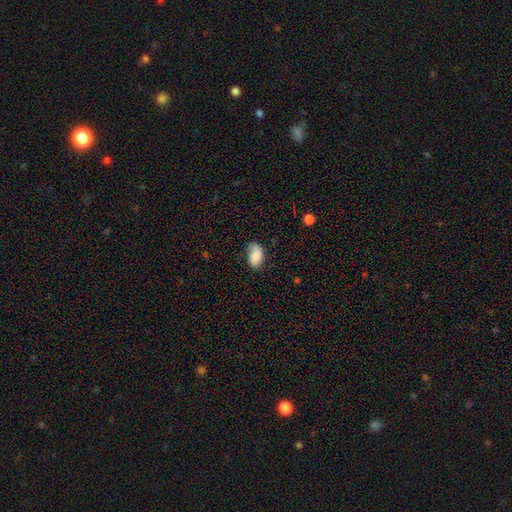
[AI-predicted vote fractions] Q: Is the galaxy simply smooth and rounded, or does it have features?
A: smooth — 73%.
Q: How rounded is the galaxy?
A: in between — 91%.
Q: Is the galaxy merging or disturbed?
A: none — 55%.